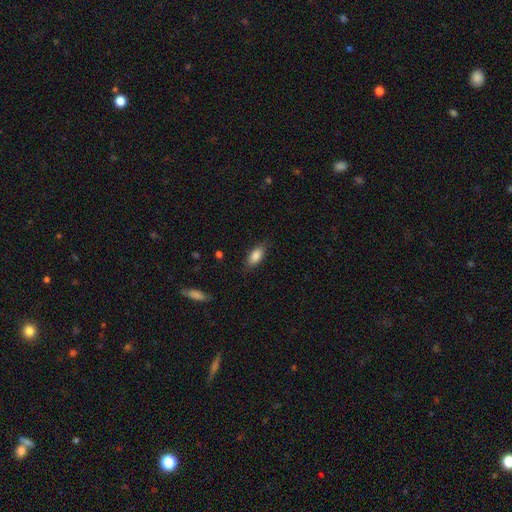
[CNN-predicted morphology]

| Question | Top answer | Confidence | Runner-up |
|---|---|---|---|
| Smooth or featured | smooth | 85% | featured or disk (7%) |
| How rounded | in between | 86% | cigar-shaped (11%) |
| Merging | none | 81% | minor disturbance (14%) |